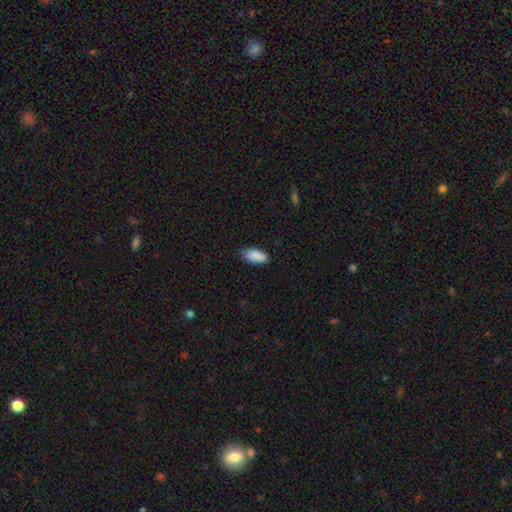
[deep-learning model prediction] smooth-or-featured: smooth: 89% | star or artifact: 7% | featured or disk: 4%
  how-rounded: in between: 91% | cigar-shaped: 7% | round: 2%
  merging: none: 77% | minor disturbance: 18% | major disturbance: 3% | merger: 1%